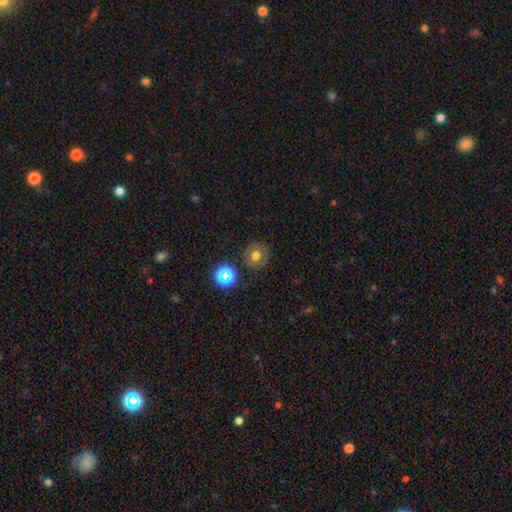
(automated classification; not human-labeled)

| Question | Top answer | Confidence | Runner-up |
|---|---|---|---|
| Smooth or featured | smooth | 64% | featured or disk (20%) |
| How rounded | round | 86% | in between (13%) |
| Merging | none | 84% | minor disturbance (10%) |